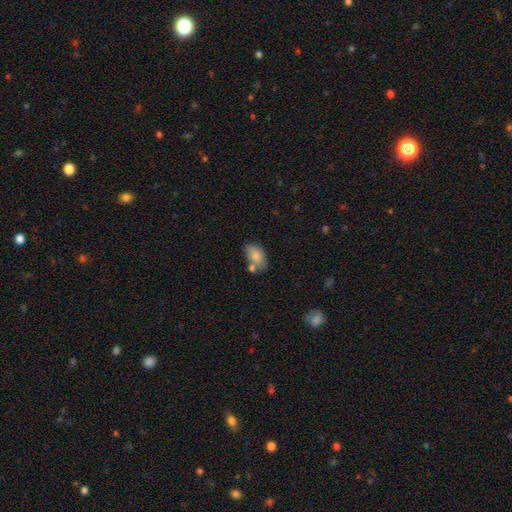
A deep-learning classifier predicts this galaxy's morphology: A smooth galaxy with no disk features (80%) that is in between round and cigar-shaped (88%). Merging: none (48%).